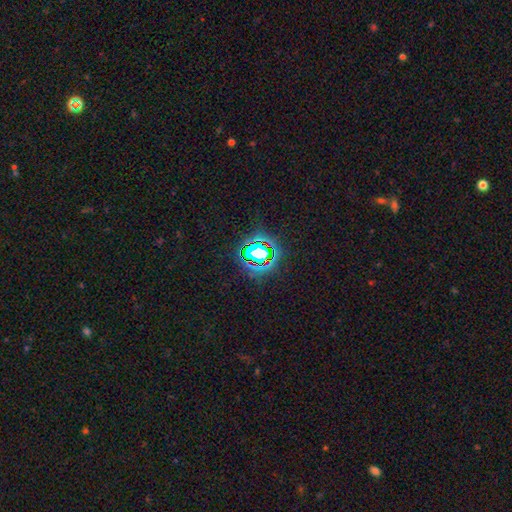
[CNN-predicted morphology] Smooth or featured? Predicted: star or artifact (p=0.71).